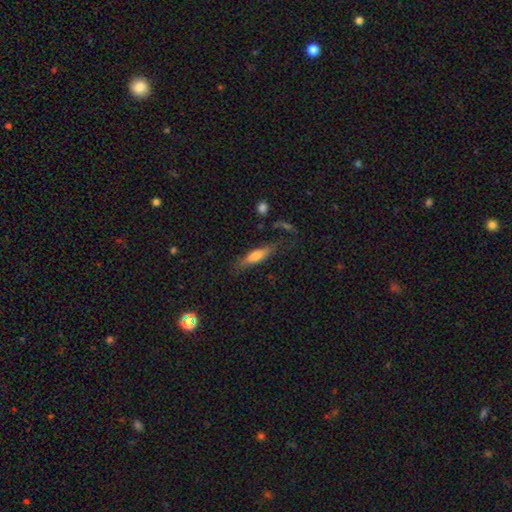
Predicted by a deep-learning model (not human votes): Morphology: type=smooth (59%); roundness=cigar-shaped (73%); merging=none (70%).